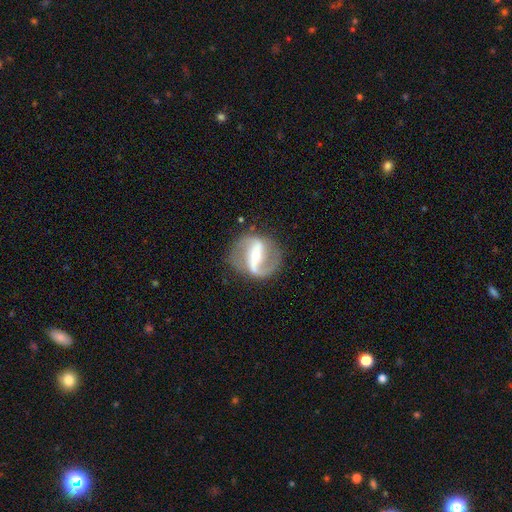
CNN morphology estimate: A featured or disk galaxy (87%) with a strong bar (66%), 2 (87%) medium (45%) spiral arms (91%) and a small central bulge (56%). Merging: none (78%).